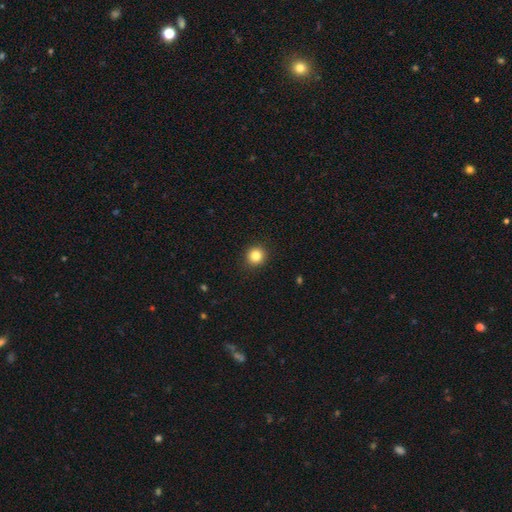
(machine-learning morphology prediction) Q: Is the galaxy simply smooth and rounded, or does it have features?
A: smooth — 84%.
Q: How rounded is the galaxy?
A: round — 93%.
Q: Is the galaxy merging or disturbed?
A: none — 92%.